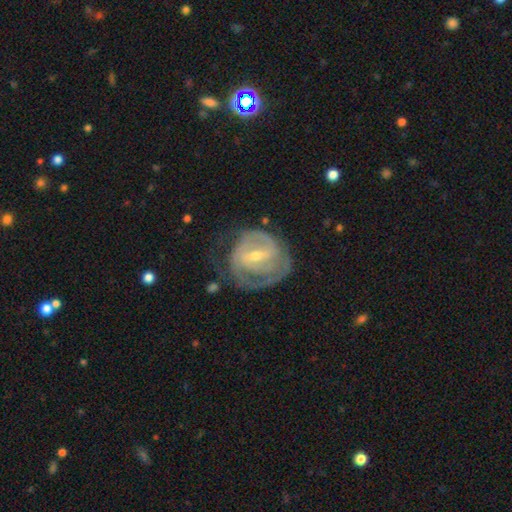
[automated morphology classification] type=featured or disk (81%); edge-on=no (97%); bar=weak (49%); spiral arms=yes (87%); winding=tight (60%); arm count=2 (43%); bulge=small (55%); merging=none (53%).